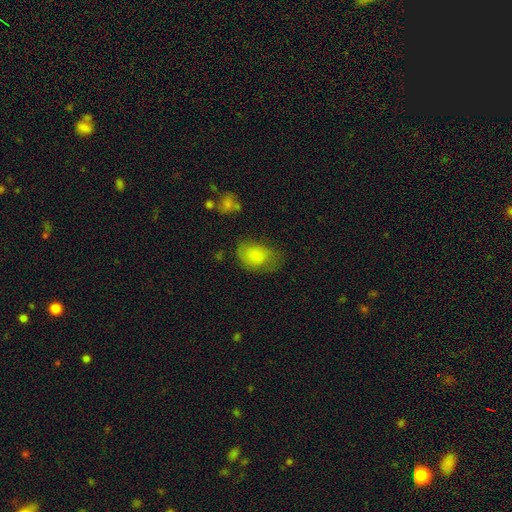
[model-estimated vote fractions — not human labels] A smooth galaxy with no disk features (78%) that is in between round and cigar-shaped (80%).

Vote fractions:
- Smooth or featured? smooth: 78% / featured or disk: 14% / star or artifact: 8%
- How rounded? in between: 80% / round: 18% / cigar-shaped: 1%
- Merging? none: 48% / minor disturbance: 32% / major disturbance: 17% / merger: 3%